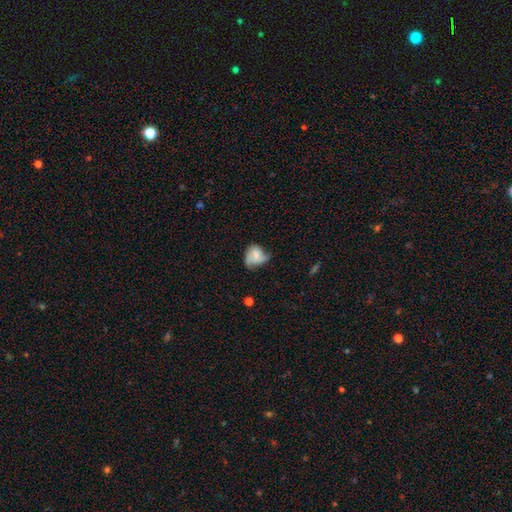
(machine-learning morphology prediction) Overall: smooth (56%; featured or disk 36%). How rounded: in between (51%; round 47%). Merging: minor disturbance (38%; none 31%).